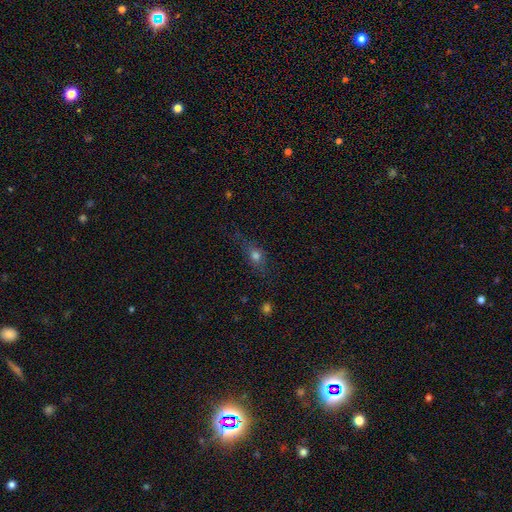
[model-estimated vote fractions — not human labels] Q: Smooth or featured?
A: smooth (66%); runner-up: featured or disk (19%)
Q: How rounded?
A: in between (54%); runner-up: round (30%)
Q: Merging?
A: none (60%); runner-up: minor disturbance (25%)